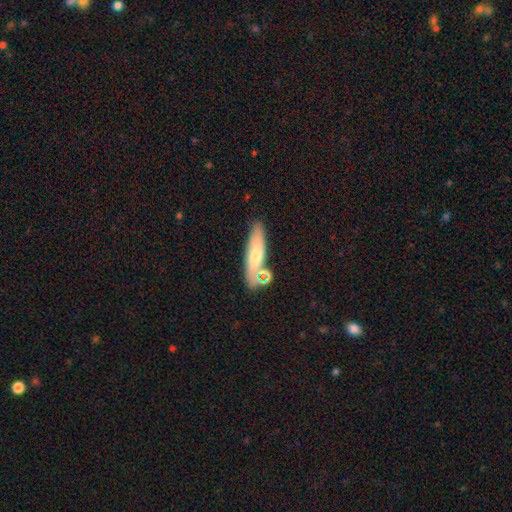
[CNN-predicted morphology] smooth 62%, featured or disk 30%, star or artifact 8%. Down the decision tree: how rounded — cigar-shaped (63%); merging — none (66%).